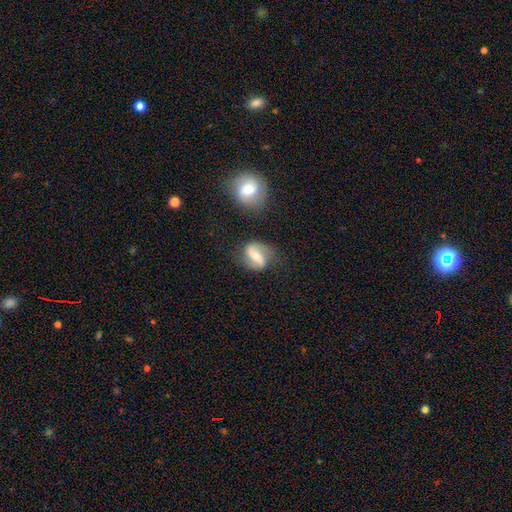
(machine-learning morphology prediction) A featured or disk galaxy (63%) with a strong bar (43%), 2 (89%) loose (54%) spiral arms (88%) and a moderate central bulge (45%, tied with small).

Vote fractions:
- Smooth or featured? featured or disk: 63% / smooth: 29% / star or artifact: 7%
- Edge-on disk? no: 96% / yes: 4%
- Bar? strong: 43% / weak: 37% / no: 21%
- Spiral arms? yes: 88% / no: 12%
- Spiral winding? loose: 54% / medium: 33% / tight: 13%
- Spiral arm count? 2: 89% / can't tell: 5% / 1: 3% / 3: 1% / 4: 1% / more than 4: 1%
- Bulge size? moderate: 45% (tied) / small: 45% (tied) / none: 5% / large: 4% / dominant: 2%
- Merging? none: 66% / minor disturbance: 20% / major disturbance: 8% / merger: 6%